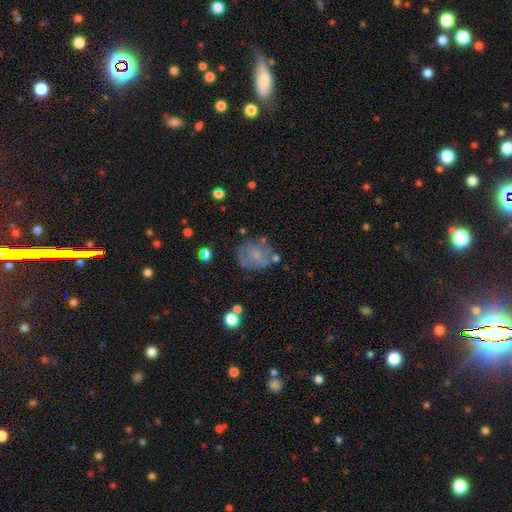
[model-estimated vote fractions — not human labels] Morphology: type=smooth (55%); roundness=round (74%); merging=none (59%).